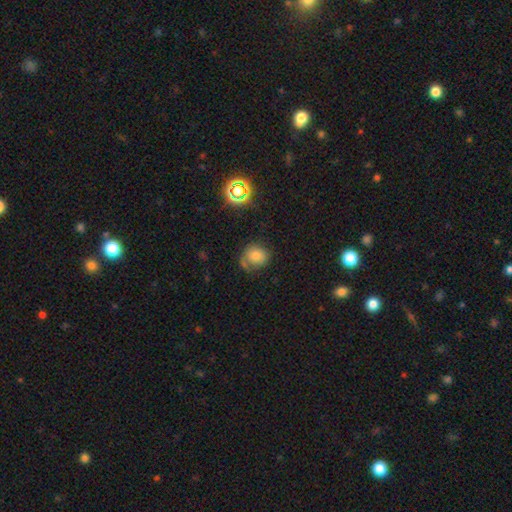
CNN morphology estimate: smooth_or_featured: smooth (p=0.66) [alt: featured or disk p=0.19]
how_rounded: round (p=0.79) [alt: in between p=0.20]
merging: none (p=0.56) [alt: minor disturbance p=0.23]